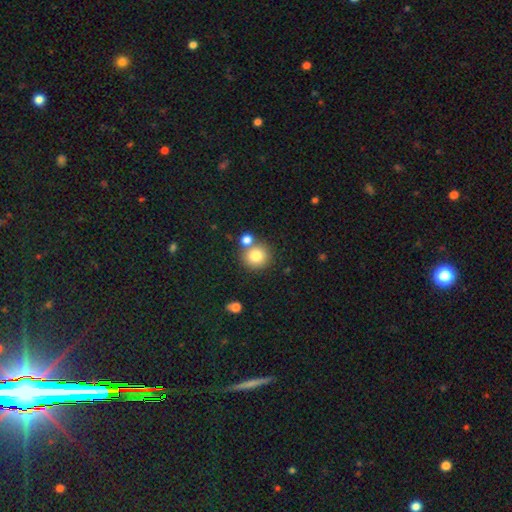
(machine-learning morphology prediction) smooth-or-featured: smooth: 80% | star or artifact: 11% | featured or disk: 9%
  how-rounded: round: 91% | in between: 9% | cigar-shaped: 1%
  merging: none: 67% | merger: 22% | minor disturbance: 8% | major disturbance: 3%